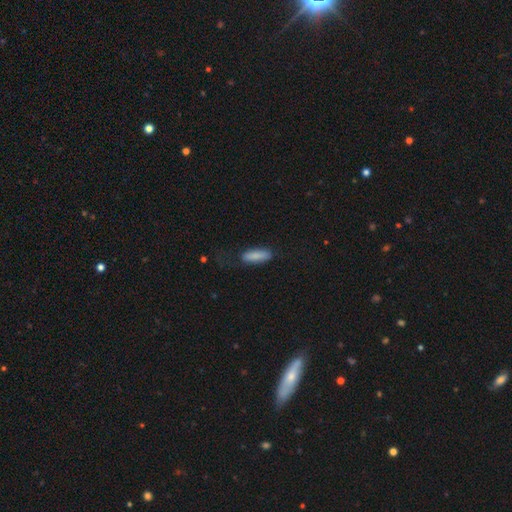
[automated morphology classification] This is clearly a smooth galaxy (85%). How rounded: possibly in between (55%). Merging: likely none (68%).